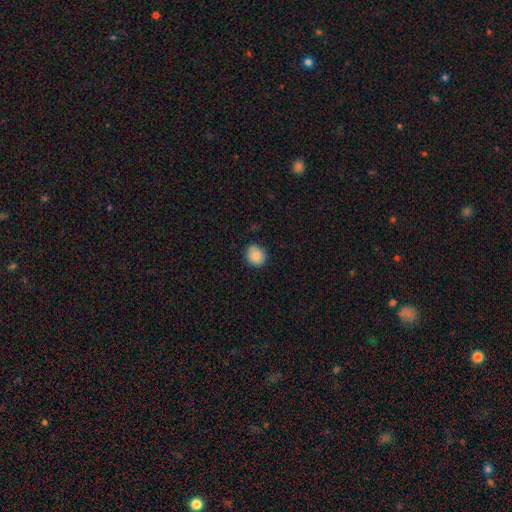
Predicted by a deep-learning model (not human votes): Q: Smooth or featured?
A: smooth (87%); runner-up: star or artifact (8%)
Q: How rounded?
A: round (84%); runner-up: in between (16%)
Q: Merging?
A: none (84%); runner-up: minor disturbance (13%)